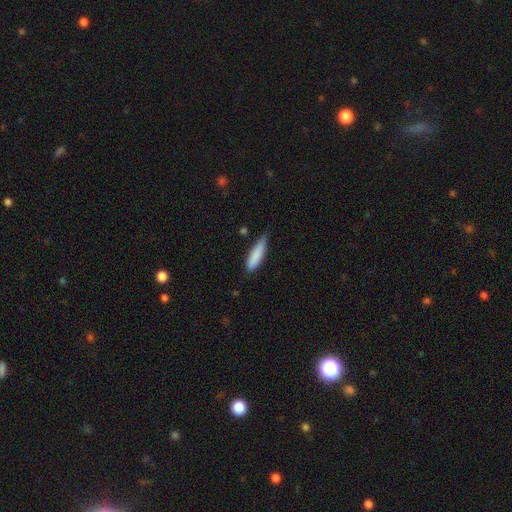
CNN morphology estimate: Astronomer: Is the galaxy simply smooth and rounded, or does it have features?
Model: smooth — 86%.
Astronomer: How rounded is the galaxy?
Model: cigar-shaped — 68%.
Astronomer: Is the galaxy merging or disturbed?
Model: none — 63%.